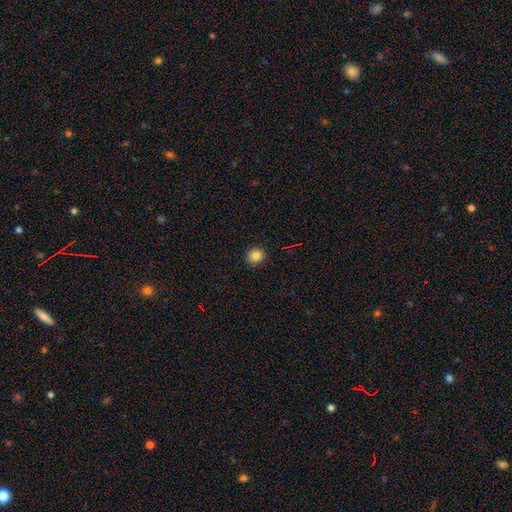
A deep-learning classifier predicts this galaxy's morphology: Overall: smooth (83%). How rounded: round (90%). Merging: none (92%).